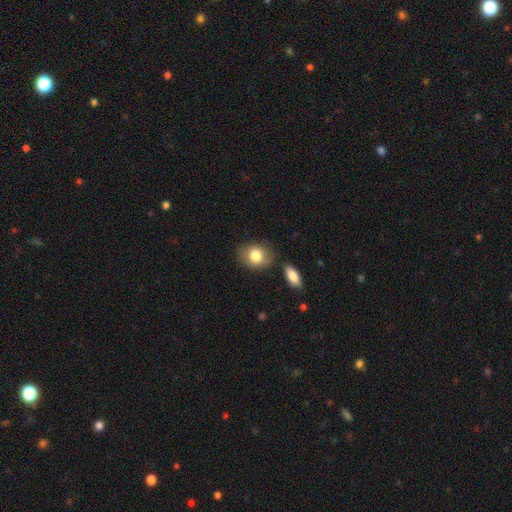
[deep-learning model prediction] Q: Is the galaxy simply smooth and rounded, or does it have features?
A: smooth — 82%.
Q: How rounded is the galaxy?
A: in between — 50%.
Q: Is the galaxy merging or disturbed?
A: none — 74%.